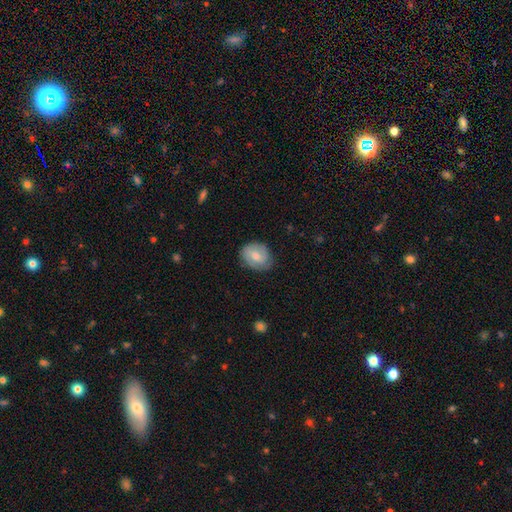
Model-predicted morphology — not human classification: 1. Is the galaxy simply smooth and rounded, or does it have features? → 60% smooth, 33% featured or disk, 7% star or artifact.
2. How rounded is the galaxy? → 50% round, 49% in between, 1% cigar-shaped.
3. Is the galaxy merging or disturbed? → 74% none, 20% minor disturbance, 5% major disturbance, 1% merger.